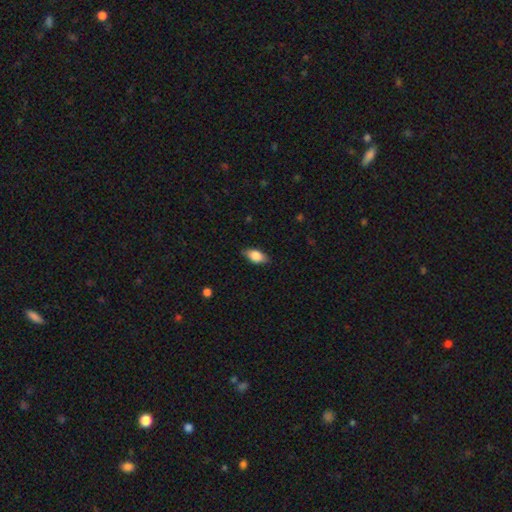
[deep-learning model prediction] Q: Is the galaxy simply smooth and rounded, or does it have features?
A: smooth — 77%.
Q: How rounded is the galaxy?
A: in between — 87%.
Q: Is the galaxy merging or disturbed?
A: none — 84%.